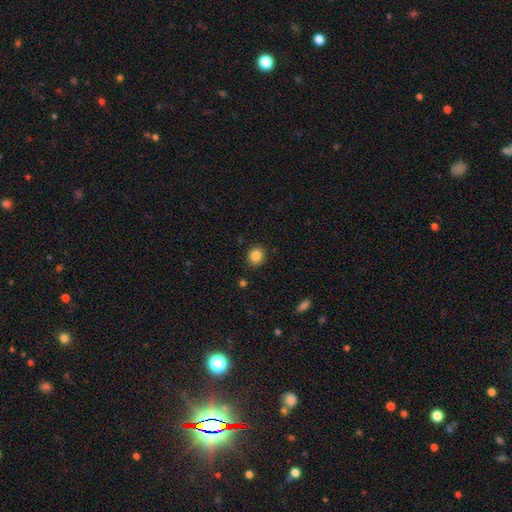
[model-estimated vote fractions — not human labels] Morphology: type=smooth (86%); roundness=round (84%); merging=none (89%).